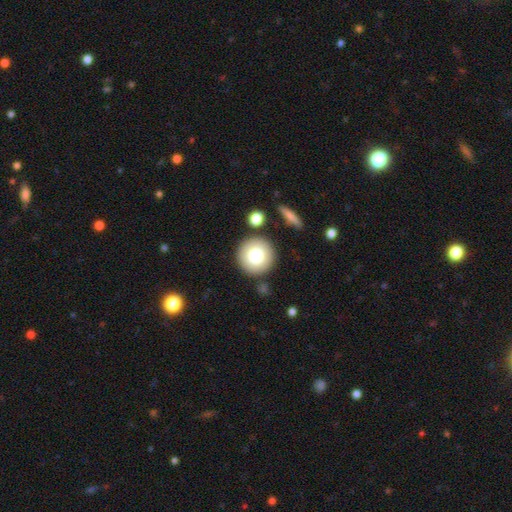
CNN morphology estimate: This is likely a smooth galaxy (77%). How rounded: clearly round (95%). Merging: clearly none (86%).